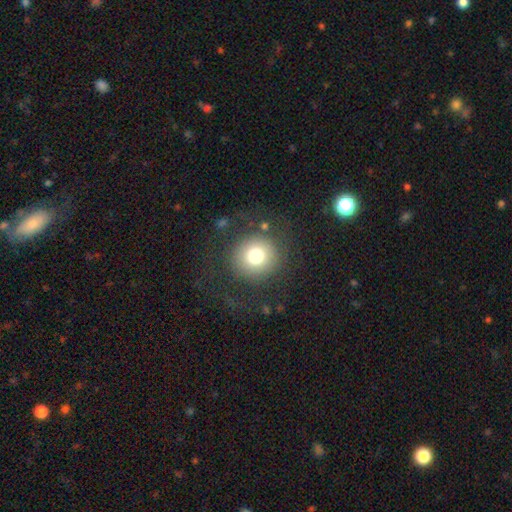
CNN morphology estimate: smooth_or_featured: smooth (p=0.74) [alt: featured or disk p=0.13]
how_rounded: round (p=0.93) [alt: in between p=0.06]
merging: none (p=0.80) [alt: minor disturbance p=0.09]